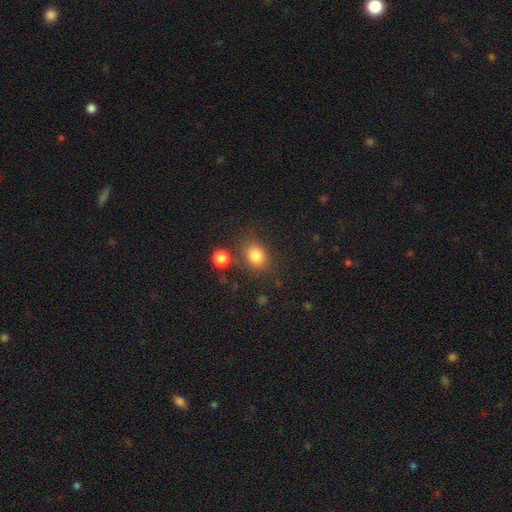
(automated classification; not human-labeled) This appears to be a smooth galaxy with no disk features (82%) that is in between round and cigar-shaped (54%). Merging: none (71%).